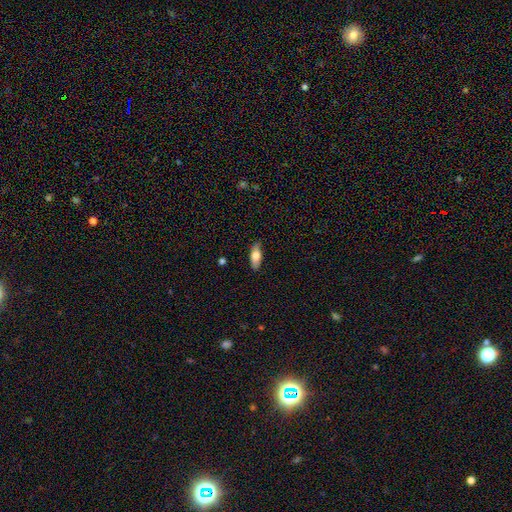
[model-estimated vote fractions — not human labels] The model was most divided on "smooth or featured": smooth: 70%, featured or disk: 24%, star or artifact: 6%. More confident: merging — none (85%); how rounded — in between (73%).